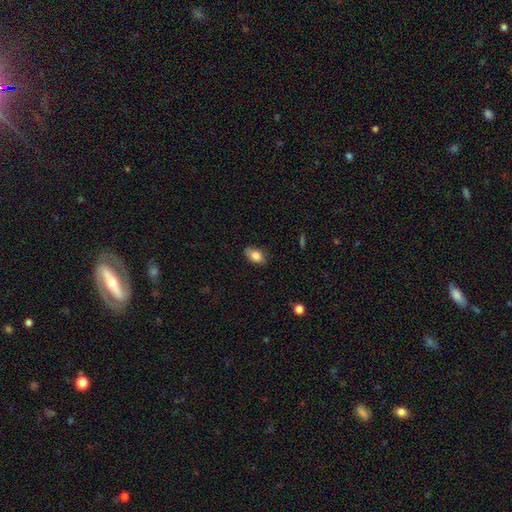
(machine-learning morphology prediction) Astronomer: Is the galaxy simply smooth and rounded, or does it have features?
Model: smooth — 81%.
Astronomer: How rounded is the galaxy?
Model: in between — 87%.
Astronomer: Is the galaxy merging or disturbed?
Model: none — 77%.